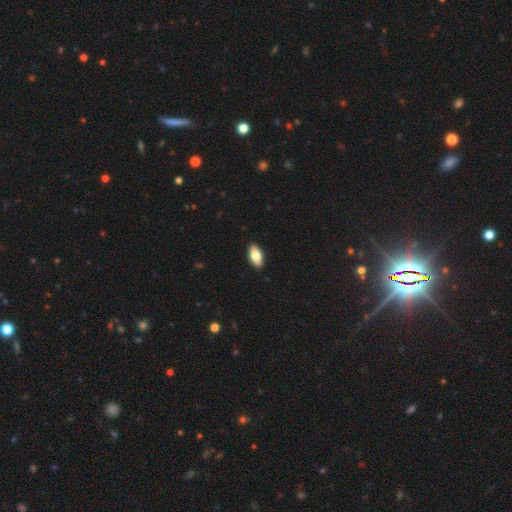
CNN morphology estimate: Smooth or featured: smooth — 77% (featured or disk — 17%)
How rounded: in between — 91% (cigar-shaped — 6%)
Merging: none — 91% (minor disturbance — 7%)